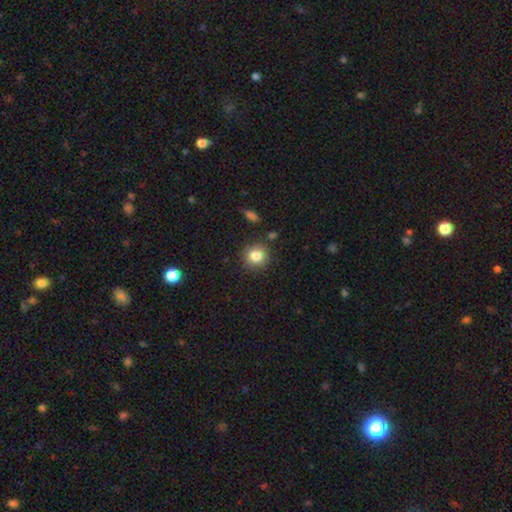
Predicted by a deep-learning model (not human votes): Smooth or featured? smooth (83%)
How rounded? round (87%)
Merging? none (85%)